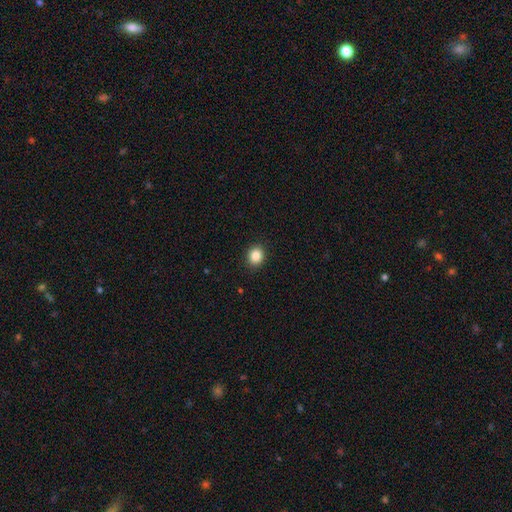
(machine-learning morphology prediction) smooth_or_featured: smooth (p=0.85) [alt: star or artifact p=0.10]
how_rounded: round (p=0.69) [alt: in between p=0.30]
merging: none (p=0.91) [alt: minor disturbance p=0.06]